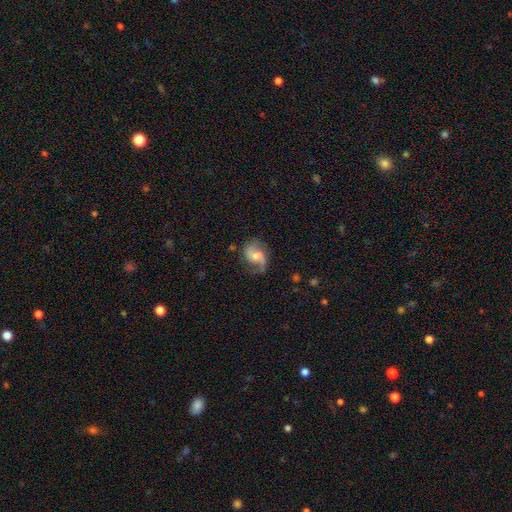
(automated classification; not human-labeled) A featured or disk galaxy (73%) with a weak bar (45%), 2 (85%) loose (54%) spiral arms (94%) and a moderate central bulge (47%).

Vote fractions:
- Smooth or featured? featured or disk: 73% / smooth: 19% / star or artifact: 7%
- Edge-on disk? no: 97% / yes: 3%
- Bar? weak: 45% / no: 44% / strong: 11%
- Spiral arms? yes: 94% / no: 6%
- Spiral winding? loose: 54% / medium: 37% / tight: 10%
- Spiral arm count? 2: 85% / 1: 7% / can't tell: 4% / 3: 1% / 4: 1% / more than 4: 1%
- Bulge size? moderate: 47% / small: 33% / none: 9% / large: 8% / dominant: 2%
- Merging? none: 65% / minor disturbance: 22% / major disturbance: 11% / merger: 2%